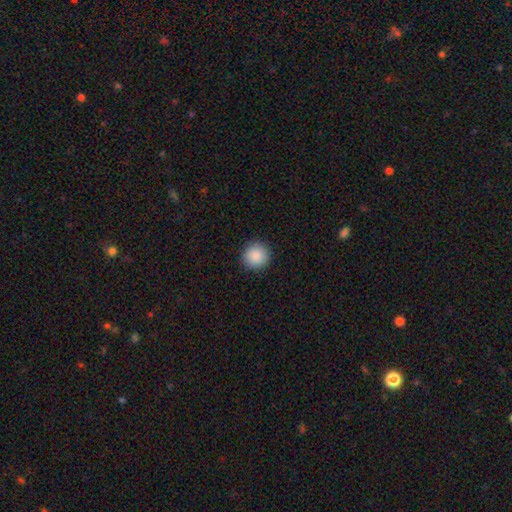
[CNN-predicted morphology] A smooth galaxy with no disk features (88%) that is round (93%). Merging: none (91%).